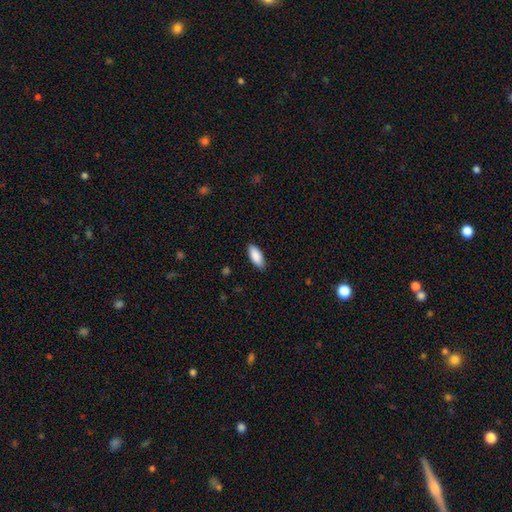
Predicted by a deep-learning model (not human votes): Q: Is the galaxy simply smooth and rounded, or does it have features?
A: smooth — 89%.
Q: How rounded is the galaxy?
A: in between — 82%.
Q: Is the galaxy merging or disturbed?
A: none — 87%.